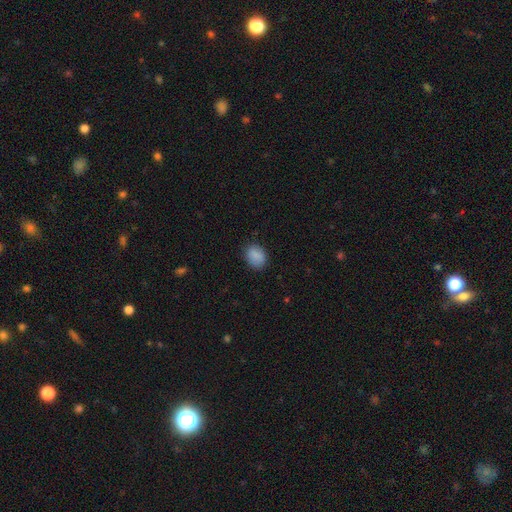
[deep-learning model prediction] A smooth galaxy with no disk features (87%) that is in between round and cigar-shaped (58%).

Vote fractions:
- Smooth or featured? smooth: 87% / star or artifact: 8% / featured or disk: 5%
- How rounded? in between: 58% / round: 41% / cigar-shaped: 1%
- Merging? none: 82% / minor disturbance: 14% / major disturbance: 3% / merger: 1%